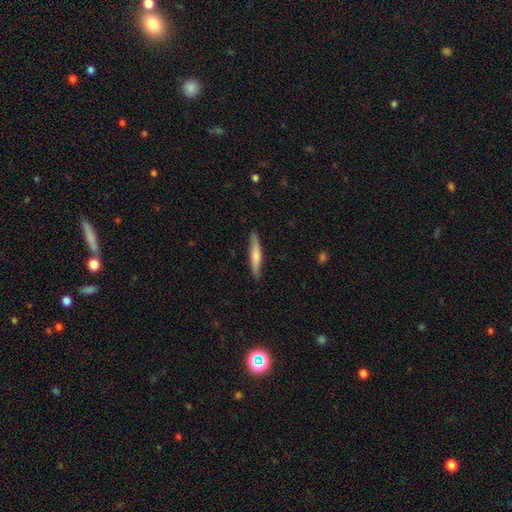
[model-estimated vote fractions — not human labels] smooth_or_featured: smooth (p=0.63) [alt: featured or disk p=0.32]
how_rounded: cigar-shaped (p=0.90) [alt: in between p=0.08]
merging: none (p=0.87) [alt: minor disturbance p=0.10]